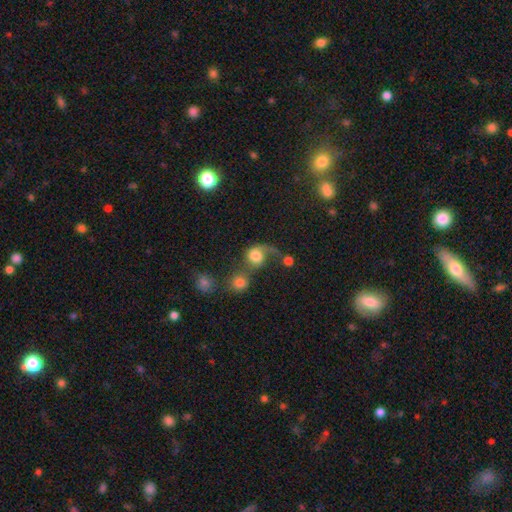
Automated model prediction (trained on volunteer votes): The model was most divided on "merging": merger: 42%, major disturbance: 28%, none: 19%, minor disturbance: 11%. More confident: how rounded — round (75%); smooth or featured — smooth (57%).